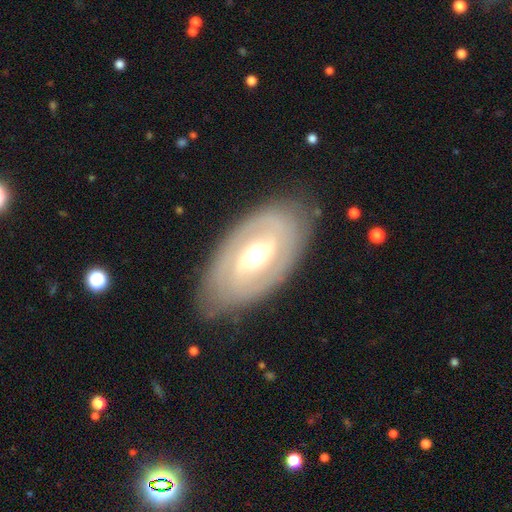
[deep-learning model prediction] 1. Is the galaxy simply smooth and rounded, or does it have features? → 73% featured or disk, 21% smooth, 6% star or artifact.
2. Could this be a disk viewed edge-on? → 92% no, 8% yes.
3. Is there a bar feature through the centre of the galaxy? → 41% weak, 36% no, 24% strong.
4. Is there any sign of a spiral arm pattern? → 67% yes, 33% no.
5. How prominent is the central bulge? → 67% moderate, 19% large, 11% small, 2% dominant, 1% none.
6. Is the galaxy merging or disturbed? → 79% none, 14% minor disturbance, 5% major disturbance, 1% merger.